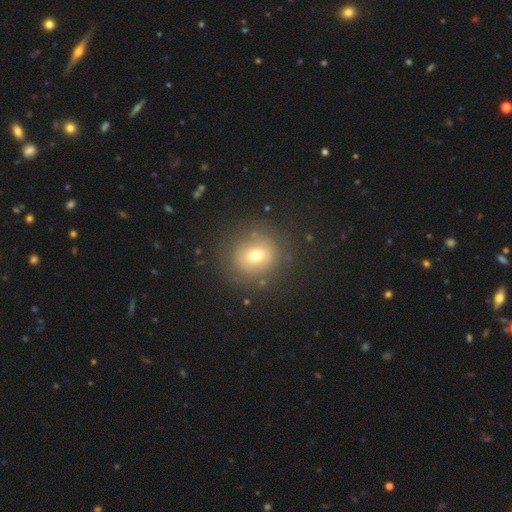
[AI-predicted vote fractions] Q: Smooth or featured?
A: smooth (66%); runner-up: featured or disk (19%)
Q: How rounded?
A: round (85%); runner-up: in between (14%)
Q: Merging?
A: none (82%); runner-up: minor disturbance (11%)